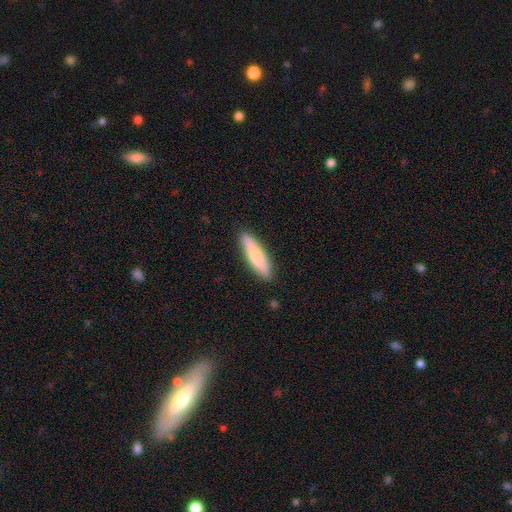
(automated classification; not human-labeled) Smooth or featured: smooth — 75% (featured or disk — 19%)
How rounded: cigar-shaped — 74% (in between — 25%)
Merging: none — 87% (minor disturbance — 10%)